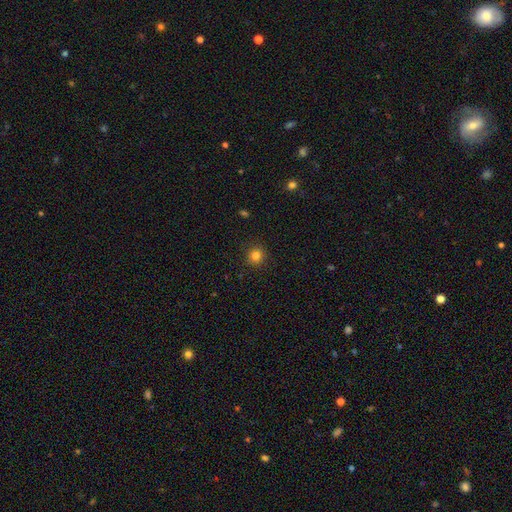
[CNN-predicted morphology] type=smooth (83%); roundness=round (92%); merging=none (91%).